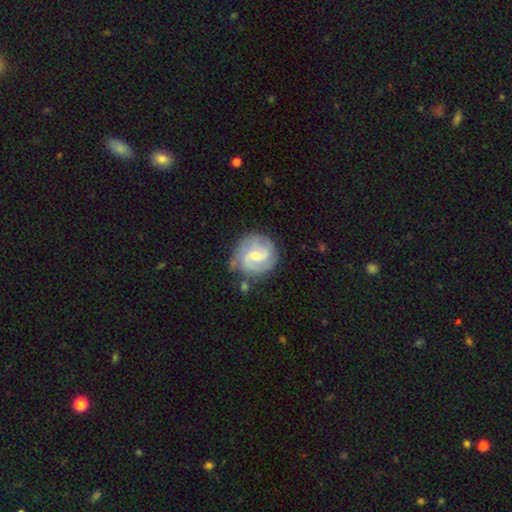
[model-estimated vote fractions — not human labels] This is likely a featured or disk galaxy (78%). It is clearly not viewed edge-on (98%). Bar: possibly weak (53%). Spiral arm pattern: clearly yes (94%). Spiral arm count: possibly 2 (50%). Spiral winding: possibly tight (46%). Central bulge: possibly moderate (50%). Merging: likely none (75%).